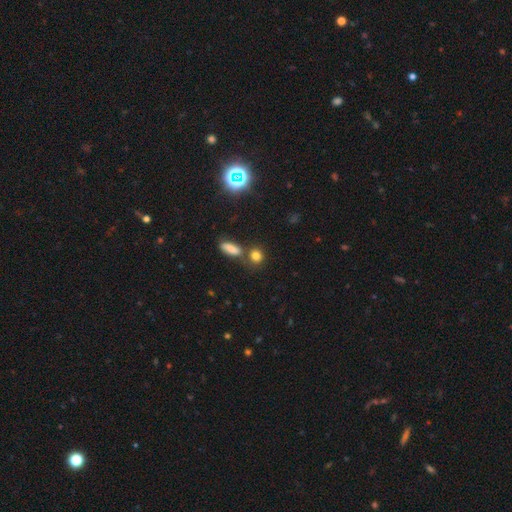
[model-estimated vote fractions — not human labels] The model was most divided on "merging": none: 65%, merger: 20%, minor disturbance: 11%, major disturbance: 4%. More confident: smooth or featured — smooth (74%); how rounded — round (73%).